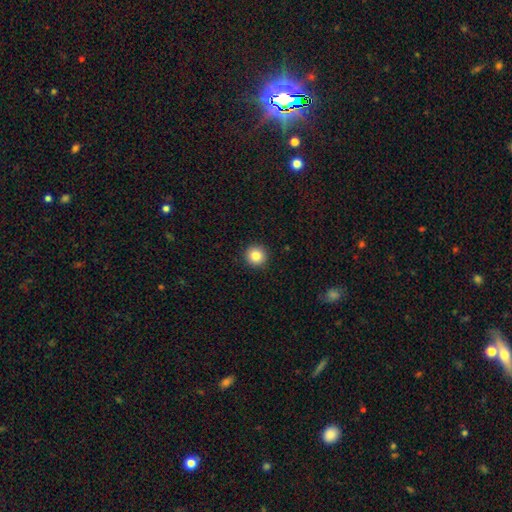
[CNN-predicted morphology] type=smooth (84%); roundness=round (95%); merging=none (93%).